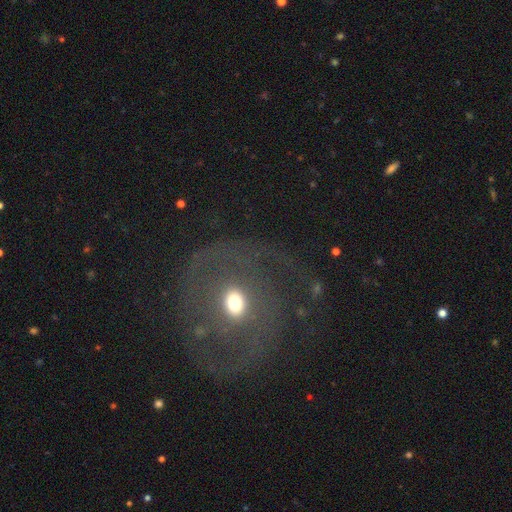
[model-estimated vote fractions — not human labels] Smooth or featured? featured or disk (72%)
Edge-on disk? no (97%)
Bar? no (61%)
Spiral arms? yes (79%)
Spiral winding? tight (44%)
Spiral arm count? 2 (59%)
Bulge size? moderate (64%)
Merging? none (73%)